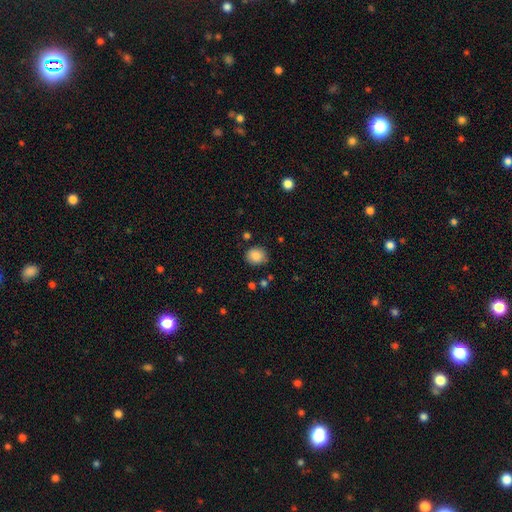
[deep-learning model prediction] Smooth or featured?
  - smooth: 86% *
  - star or artifact: 9%
  - featured or disk: 5%
How rounded?
  - round: 73% *
  - in between: 26%
  - cigar-shaped: 1%
Merging?
  - none: 82% *
  - minor disturbance: 12%
  - major disturbance: 3%
  - merger: 3%